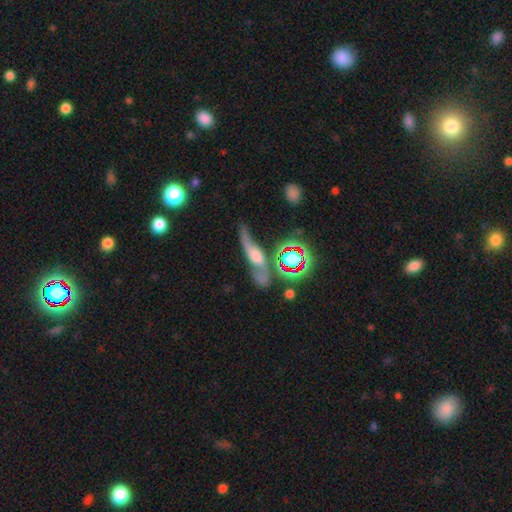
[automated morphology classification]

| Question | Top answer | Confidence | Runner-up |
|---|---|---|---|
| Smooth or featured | featured or disk | 64% | smooth (22%) |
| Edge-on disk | no | 57% | yes (43%) |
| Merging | none | 53% | minor disturbance (21%) |